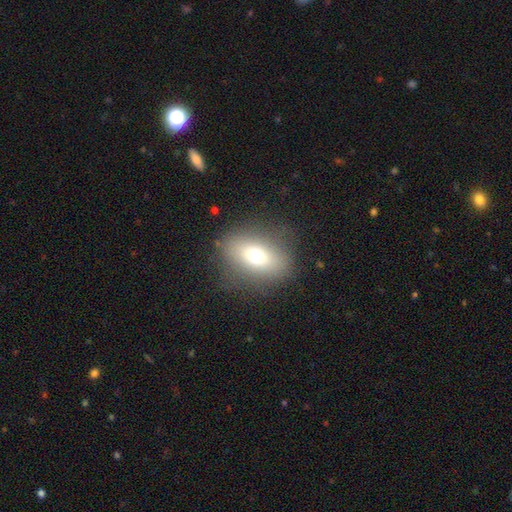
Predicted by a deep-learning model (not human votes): This is likely a smooth galaxy (69%). How rounded: likely in between (74%). Merging: clearly none (81%).